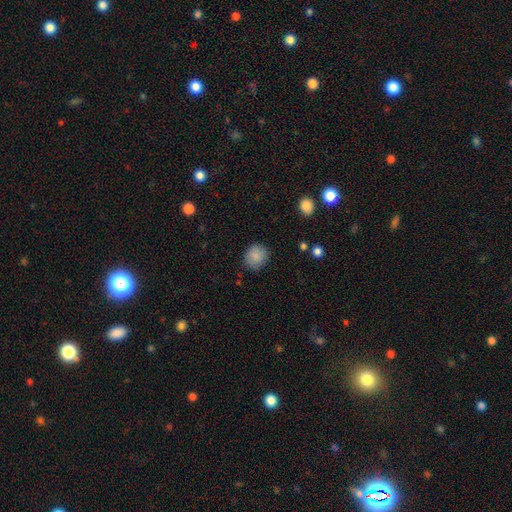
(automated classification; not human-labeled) smooth 87%, star or artifact 8%, featured or disk 5%. Down the decision tree: how rounded — round (83%); merging — none (85%).